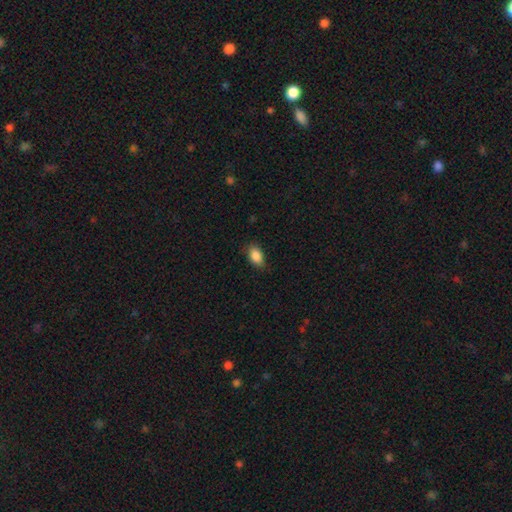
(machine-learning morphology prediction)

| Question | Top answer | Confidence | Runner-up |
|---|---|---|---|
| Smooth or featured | smooth | 87% | star or artifact (8%) |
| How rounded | in between | 87% | round (11%) |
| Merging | none | 78% | minor disturbance (18%) |